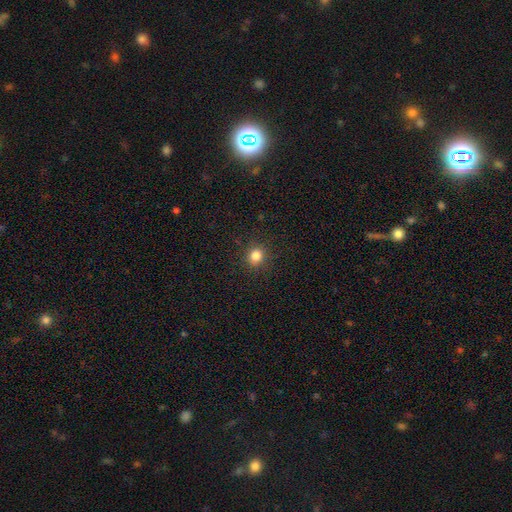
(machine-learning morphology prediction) A smooth galaxy with no disk features (82%) that is round (83%).

Vote fractions:
- Smooth or featured? smooth: 82% / star or artifact: 13% / featured or disk: 5%
- How rounded? round: 83% / in between: 16% / cigar-shaped: 1%
- Merging? none: 90% / minor disturbance: 7% / major disturbance: 2% / merger: 1%